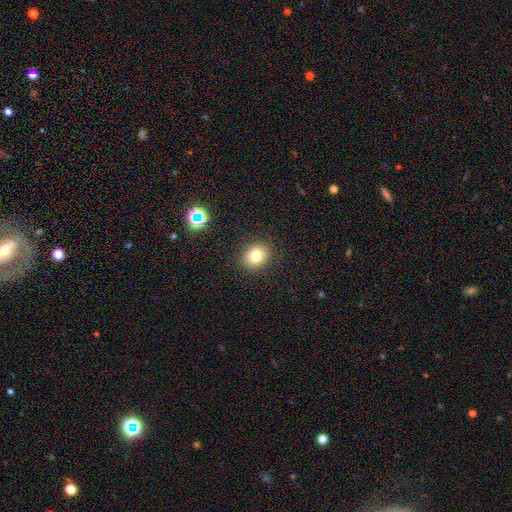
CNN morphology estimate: Overall: smooth (79%). How rounded: round (60%; in between 39%). Merging: none (88%).